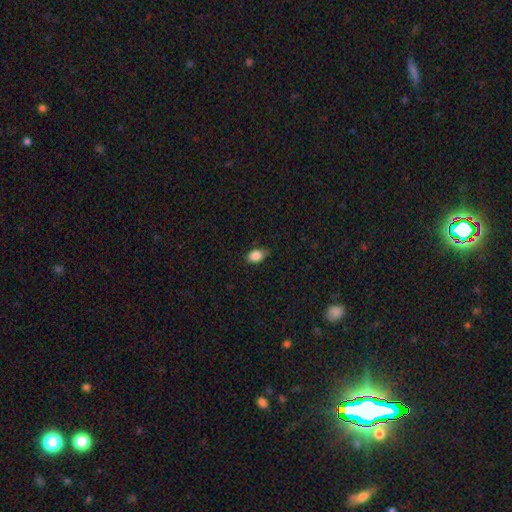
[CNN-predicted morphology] Overall: smooth (86%). How rounded: in between (81%). Merging: none (69%).